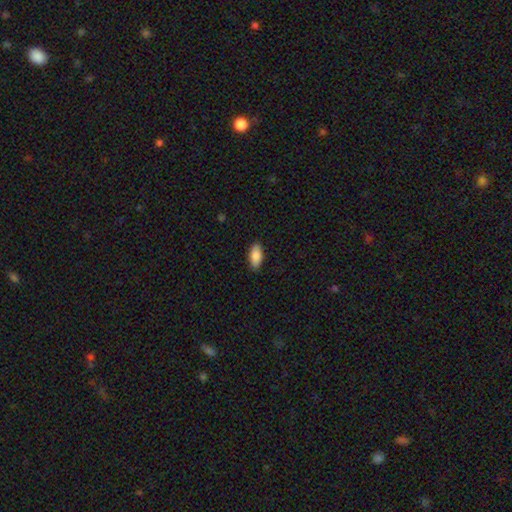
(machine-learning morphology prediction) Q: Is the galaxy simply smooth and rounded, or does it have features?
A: smooth — 86%.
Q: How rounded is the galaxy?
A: in between — 88%.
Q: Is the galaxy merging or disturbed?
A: none — 87%.